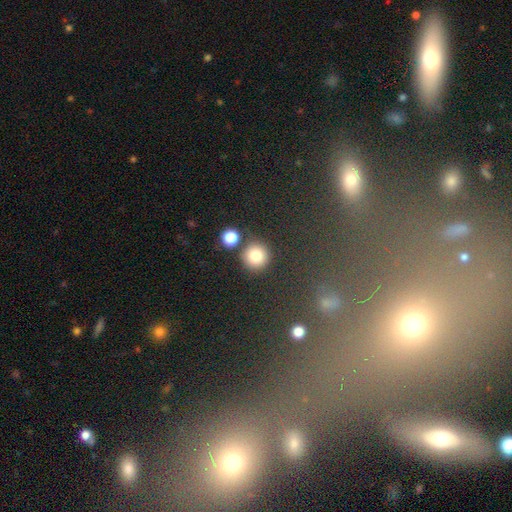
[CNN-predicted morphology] smooth-or-featured: smooth: 82% | star or artifact: 12% | featured or disk: 6%
  how-rounded: round: 94% | in between: 5% | cigar-shaped: 1%
  merging: none: 79% | merger: 11% | minor disturbance: 7% | major disturbance: 3%